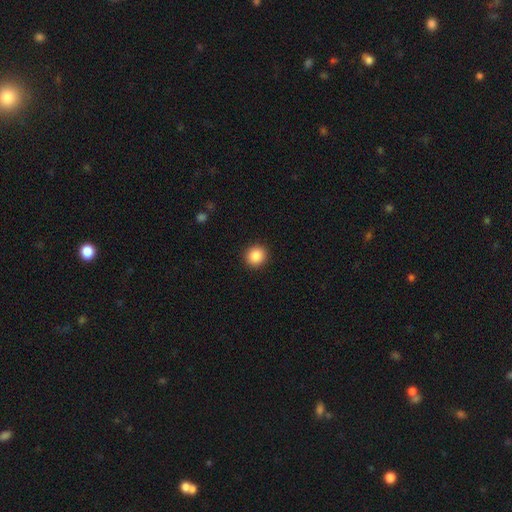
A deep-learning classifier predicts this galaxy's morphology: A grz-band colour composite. It shows a smooth galaxy with no disk features (87%) that is round (89%). Merging: none (92%).